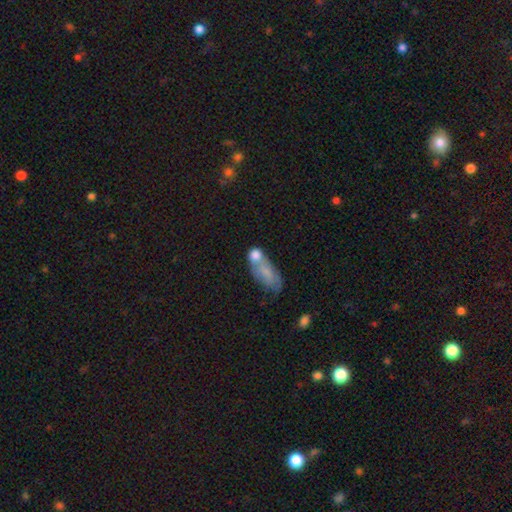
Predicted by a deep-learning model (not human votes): A smooth galaxy with no disk features (72%) that is in between round and cigar-shaped (63%). Merging: merger (48%).